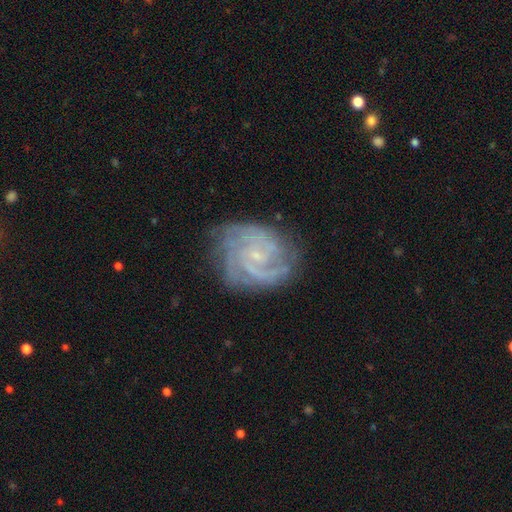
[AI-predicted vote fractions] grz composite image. It shows a featured or disk galaxy (88%) with no bar (54%), 3 (28%) tight (60%) spiral arms (98%) and a small central bulge (81%). Merging: none (73%).